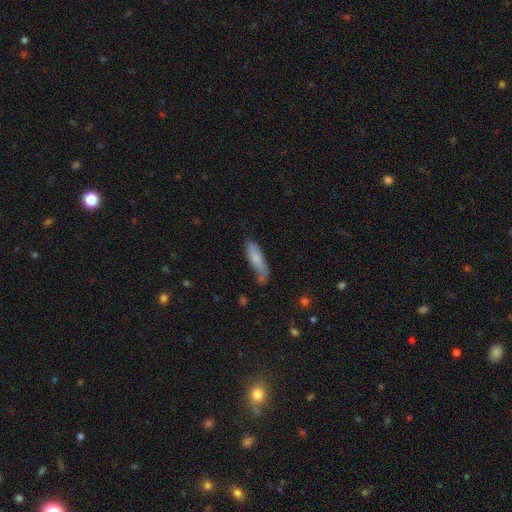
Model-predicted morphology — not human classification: Q: Smooth or featured?
A: smooth (59%); runner-up: featured or disk (29%)
Q: How rounded?
A: cigar-shaped (58%); runner-up: in between (40%)
Q: Merging?
A: none (61%); runner-up: minor disturbance (27%)